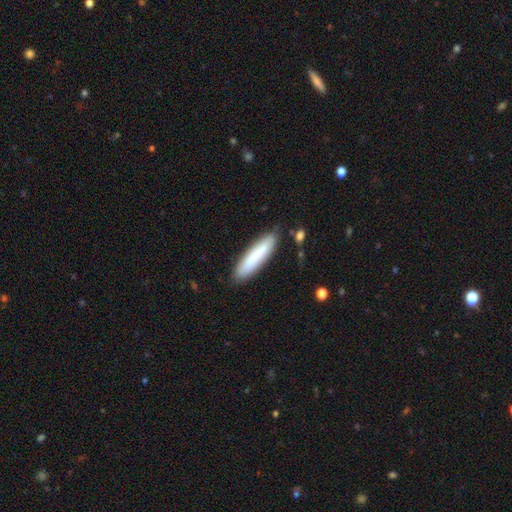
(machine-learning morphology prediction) Overall: smooth (76%). How rounded: cigar-shaped (78%). Merging: none (82%).